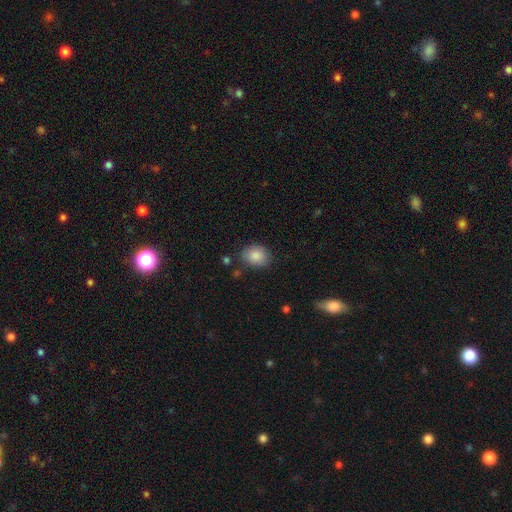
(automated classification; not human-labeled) A smooth galaxy with no disk features (87%) that is in between round and cigar-shaped (52%).

Vote fractions:
- Smooth or featured? smooth: 87% / star or artifact: 8% / featured or disk: 5%
- How rounded? in between: 52% / round: 48% / cigar-shaped: 1%
- Merging? none: 76% / minor disturbance: 16% / major disturbance: 4% / merger: 3%